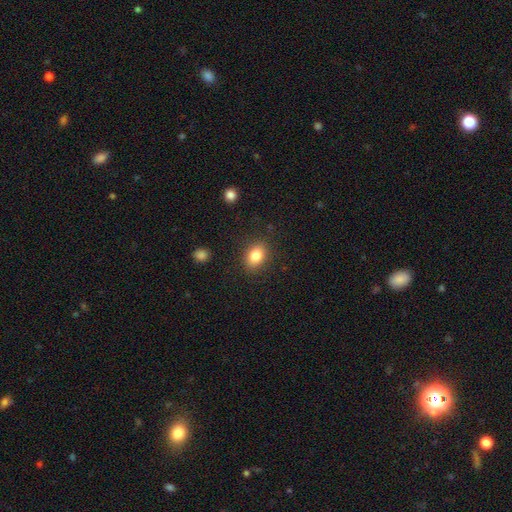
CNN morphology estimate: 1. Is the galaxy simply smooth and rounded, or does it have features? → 83% smooth, 9% star or artifact, 8% featured or disk.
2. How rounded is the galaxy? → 72% in between, 27% round, 1% cigar-shaped.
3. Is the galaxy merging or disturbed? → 86% none, 10% minor disturbance, 3% major disturbance, 1% merger.